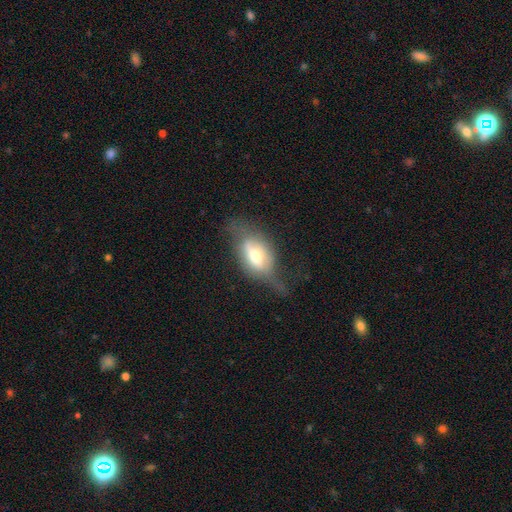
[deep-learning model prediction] Smooth or featured? featured or disk (54%)
Edge-on disk? no (54%)
Merging? none (38%)